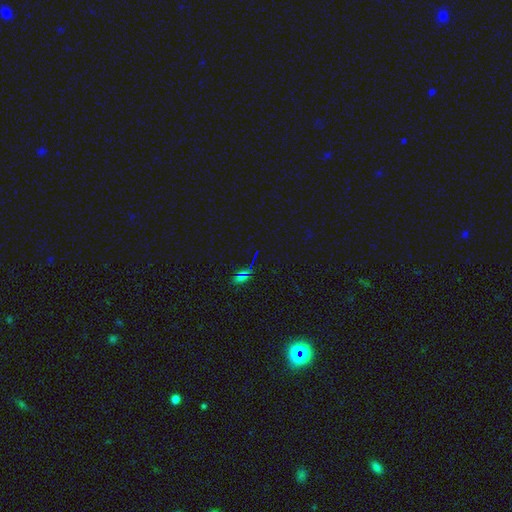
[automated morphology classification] Smooth or featured?
  - star or artifact: 65% *
  - smooth: 25%
  - featured or disk: 10%